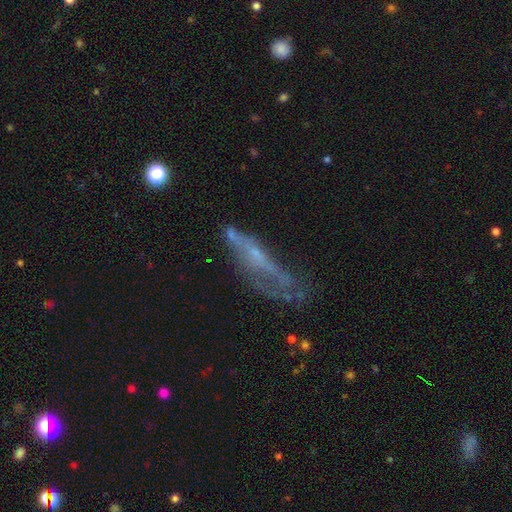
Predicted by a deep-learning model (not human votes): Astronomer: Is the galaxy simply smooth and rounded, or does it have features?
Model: featured or disk — 56% (runner-up: smooth, 31%).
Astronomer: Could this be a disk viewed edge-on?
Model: no — 61% (runner-up: yes, 39%).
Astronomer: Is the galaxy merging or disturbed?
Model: none — 35% (runner-up: major disturbance, 33%).